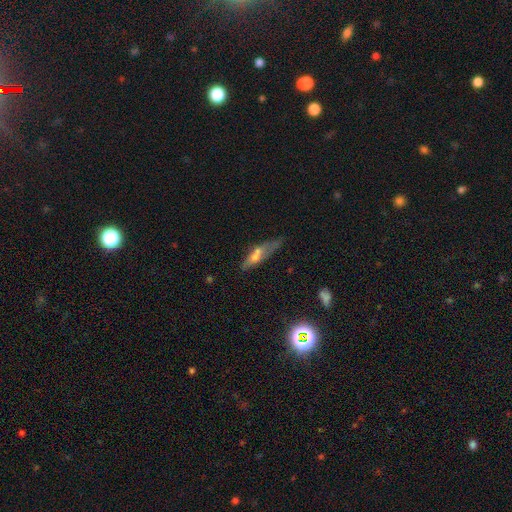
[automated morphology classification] smooth-or-featured: smooth: 52% | featured or disk: 39% | star or artifact: 9%
  how-rounded: cigar-shaped: 62% | in between: 35% | round: 3%
  merging: none: 42% | minor disturbance: 26% | merger: 17% | major disturbance: 14%